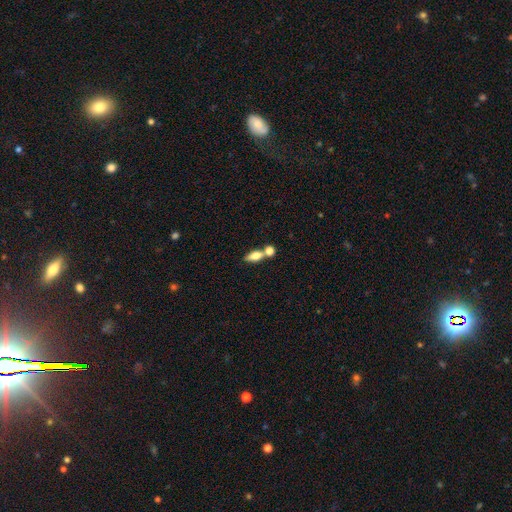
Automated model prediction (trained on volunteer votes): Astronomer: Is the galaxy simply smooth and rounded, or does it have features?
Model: smooth — 69%.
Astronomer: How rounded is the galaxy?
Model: in between — 73%.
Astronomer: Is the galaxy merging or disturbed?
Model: none — 49% (runner-up: merger, 37%).